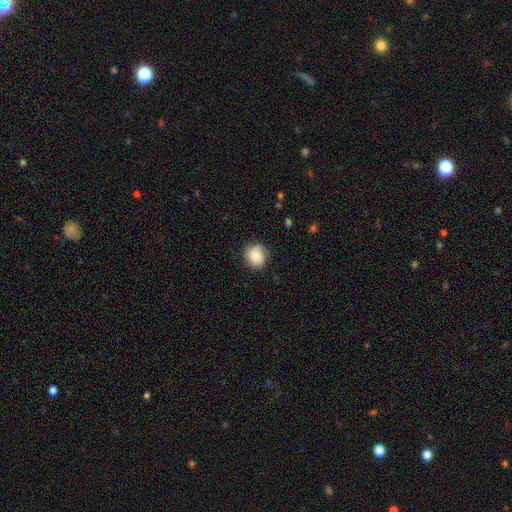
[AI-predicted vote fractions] Smooth or featured? Predicted: smooth (p=0.75). How rounded? Predicted: round (p=0.74). Merging? Predicted: none (p=0.68).